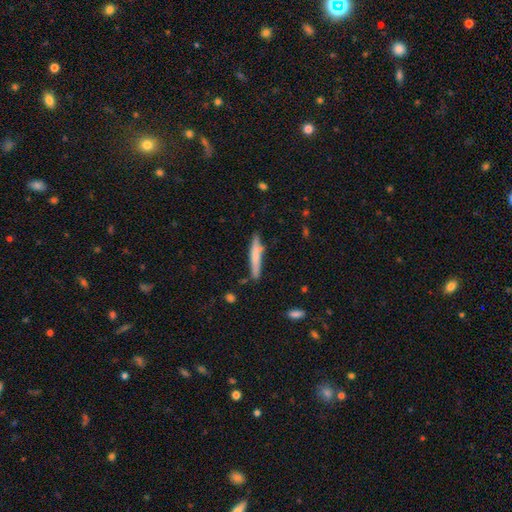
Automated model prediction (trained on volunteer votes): The model was most divided on "smooth or featured": smooth: 65%, featured or disk: 29%, star or artifact: 6%. More confident: how rounded — cigar-shaped (92%); merging — none (75%).